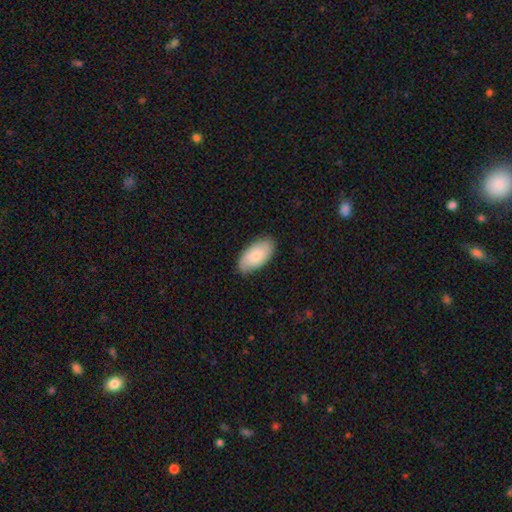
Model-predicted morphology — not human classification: Overall: smooth (71%). How rounded: in between (95%). Merging: none (79%).